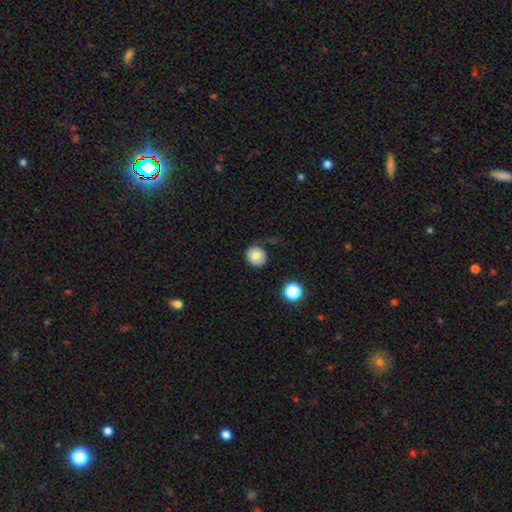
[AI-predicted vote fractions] This is likely a smooth galaxy (74%). How rounded: clearly round (88%). Merging: likely none (77%).